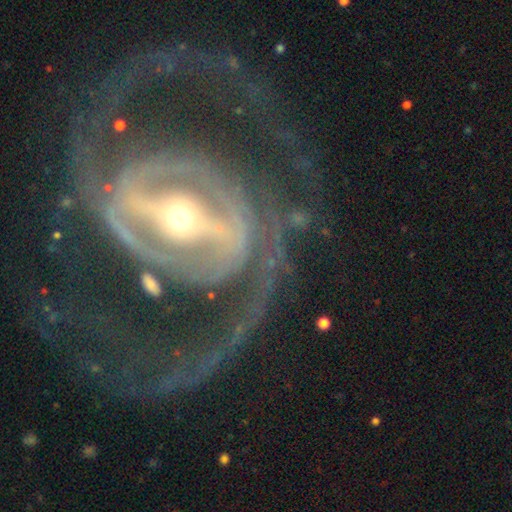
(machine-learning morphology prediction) This appears to be a featured or disk galaxy (92%) with a strong bar (75%), 2 (82%) medium (53%) spiral arms (94%) and a small central bulge (51%). Merging: none (66%).